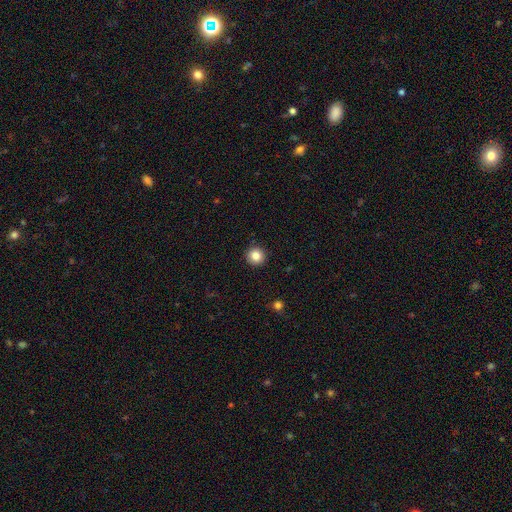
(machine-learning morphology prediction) Smooth or featured?
  - smooth: 84% *
  - star or artifact: 10%
  - featured or disk: 5%
How rounded?
  - round: 95% *
  - in between: 4%
  - cigar-shaped: 1%
Merging?
  - none: 92% *
  - minor disturbance: 5%
  - major disturbance: 2%
  - merger: 1%